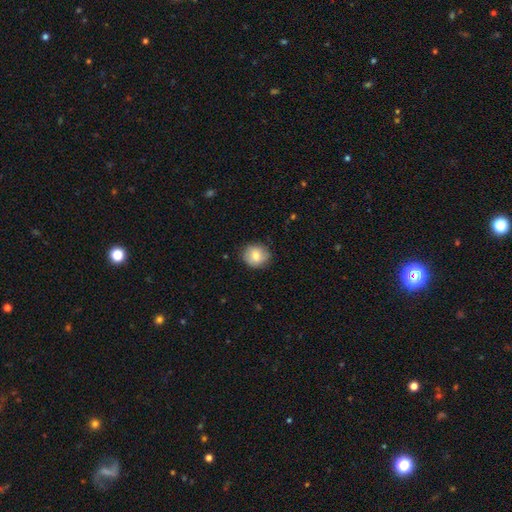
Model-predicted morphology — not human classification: Smooth or featured?
  - smooth: 76% *
  - featured or disk: 16%
  - star or artifact: 8%
How rounded?
  - round: 85% *
  - in between: 15%
  - cigar-shaped: 1%
Merging?
  - none: 83% *
  - minor disturbance: 14%
  - major disturbance: 3%
  - merger: 1%